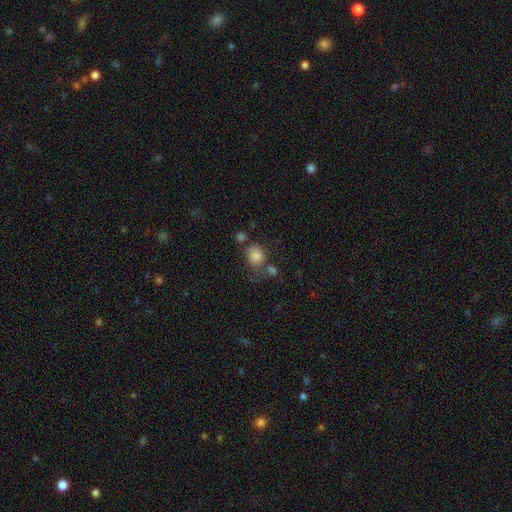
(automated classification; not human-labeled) smooth_or_featured: smooth (p=0.83) [alt: star or artifact p=0.11]
how_rounded: round (p=0.69) [alt: in between p=0.30]
merging: none (p=0.57) [alt: minor disturbance p=0.18]